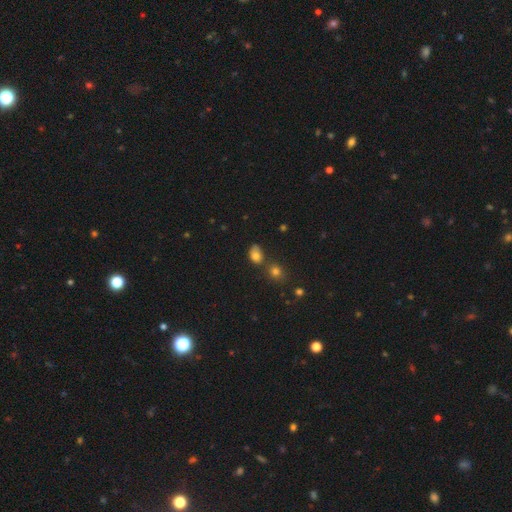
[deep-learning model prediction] A smooth galaxy with no disk features (77%) that is in between round and cigar-shaped (67%). Merging: none (46%).